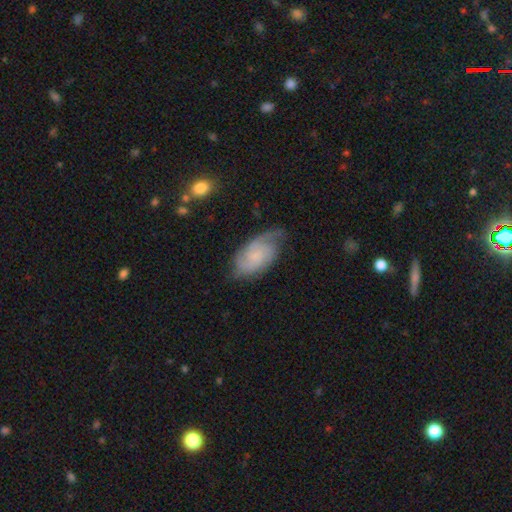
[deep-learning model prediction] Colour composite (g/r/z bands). It shows a featured or disk galaxy (70%) with no bar (66%), 2 (51%) tight (45%) spiral arms (94%) and a small central bulge (54%). Merging: none (60%).